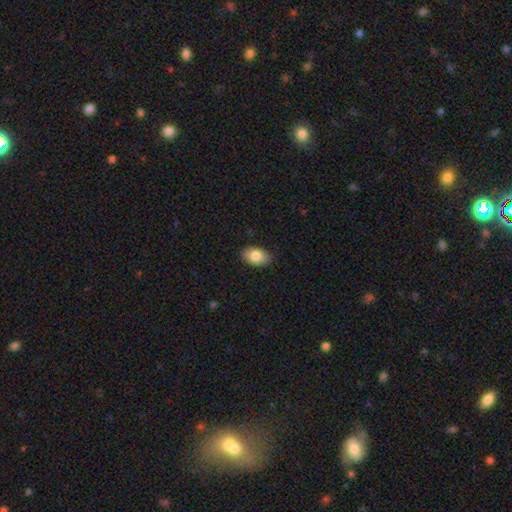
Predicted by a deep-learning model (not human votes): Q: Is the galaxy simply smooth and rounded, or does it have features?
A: smooth — 83%.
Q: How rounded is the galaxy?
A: in between — 90%.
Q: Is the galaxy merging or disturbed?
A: none — 85%.